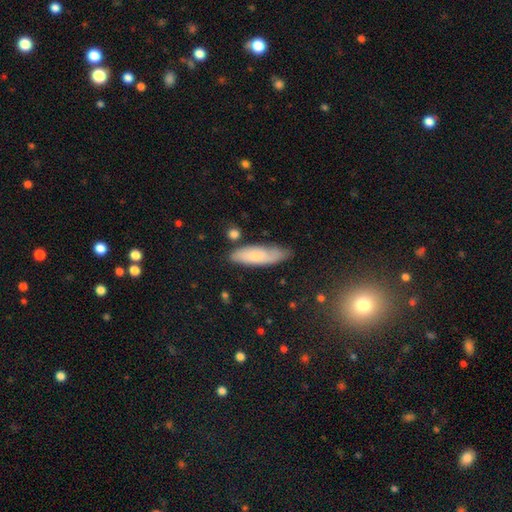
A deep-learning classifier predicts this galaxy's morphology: The model was most divided on "how rounded": cigar-shaped: 53%, in between: 45%, round: 2%. More confident: merging — none (68%); smooth or featured — smooth (66%).